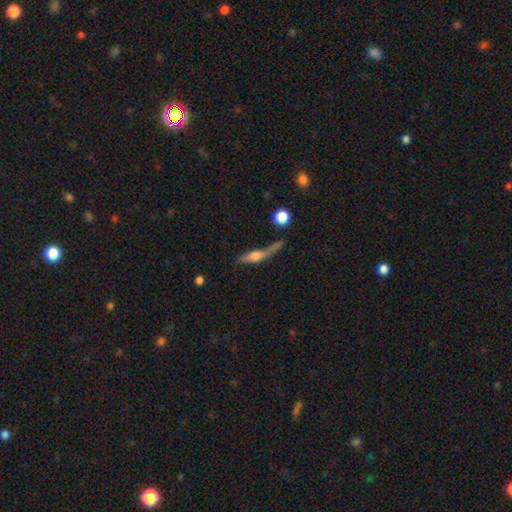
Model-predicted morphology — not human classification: Smooth or featured?
  - smooth: 46% *
  - featured or disk: 44%
  - star or artifact: 9%
Merging?
  - none: 43% *
  - minor disturbance: 22%
  - major disturbance: 18%
  - merger: 17%